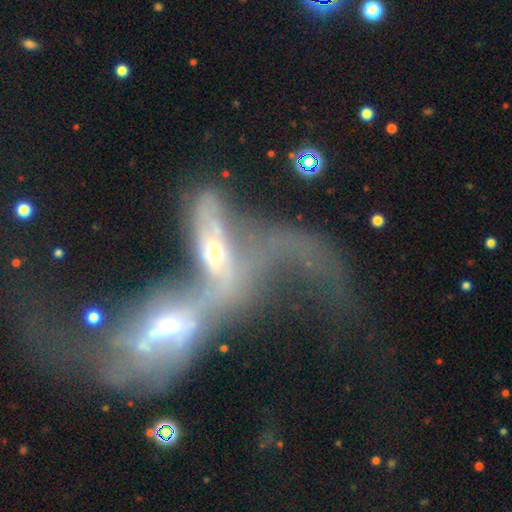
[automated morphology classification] The model was most divided on "bulge size": moderate: 49%, small: 37%, large: 6%, none: 5%, dominant: 2%. More confident: edge-on disk — no (87%); merging — merger (83%); smooth or featured — featured or disk (70%); spiral arms — yes (61%); bar — no (60%).